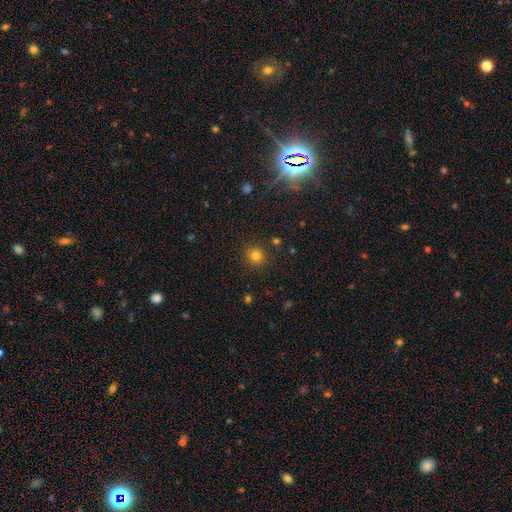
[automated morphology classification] Smooth or featured?
  - smooth: 80% *
  - star or artifact: 15%
  - featured or disk: 5%
How rounded?
  - round: 91% *
  - in between: 8%
  - cigar-shaped: 1%
Merging?
  - none: 89% *
  - minor disturbance: 7%
  - major disturbance: 3%
  - merger: 2%